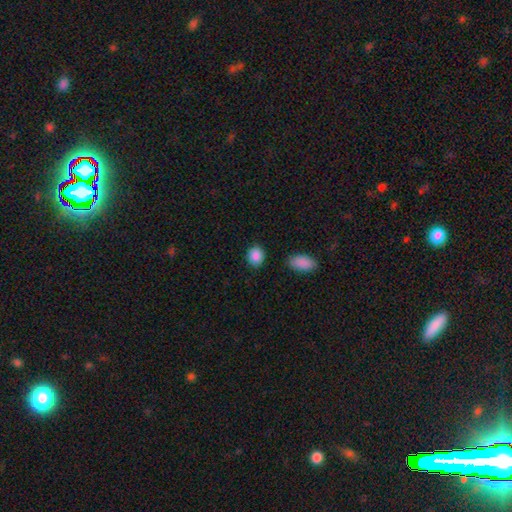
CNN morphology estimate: Smooth or featured? smooth (89%)
How rounded? round (60%)
Merging? none (85%)